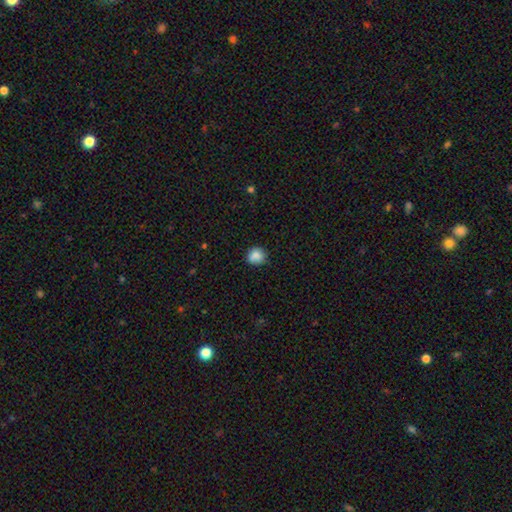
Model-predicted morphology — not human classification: Smooth or featured? Predicted: smooth (p=0.85). How rounded? Predicted: round (p=0.84). Merging? Predicted: none (p=0.79).